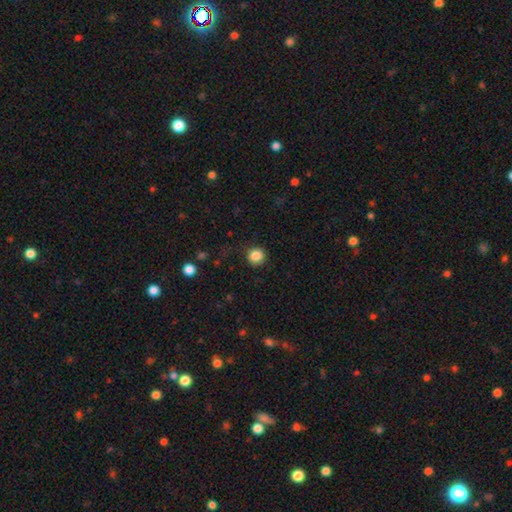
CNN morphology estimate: smooth-or-featured: smooth: 86% | star or artifact: 10% | featured or disk: 4%
  how-rounded: round: 92% | in between: 7% | cigar-shaped: 1%
  merging: none: 85% | minor disturbance: 10% | major disturbance: 4% | merger: 1%